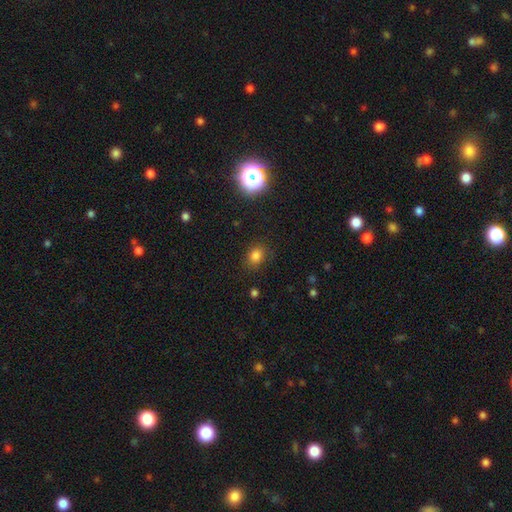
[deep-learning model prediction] This is likely a smooth galaxy (79%). How rounded: possibly round (54%). Merging: clearly none (82%).